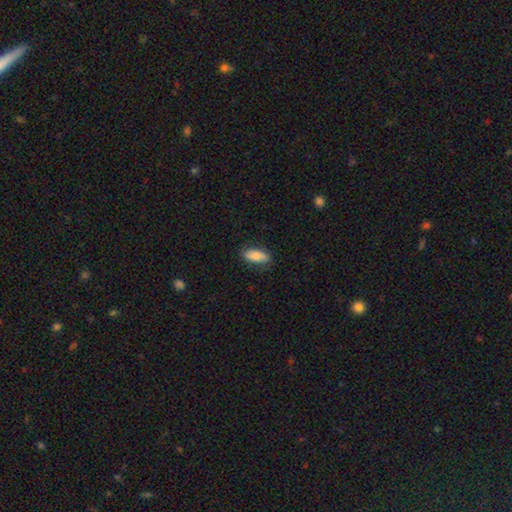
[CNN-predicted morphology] smooth_or_featured: smooth (p=0.79) [alt: featured or disk p=0.15]
how_rounded: in between (p=0.84) [alt: cigar-shaped p=0.14]
merging: none (p=0.81) [alt: minor disturbance p=0.15]